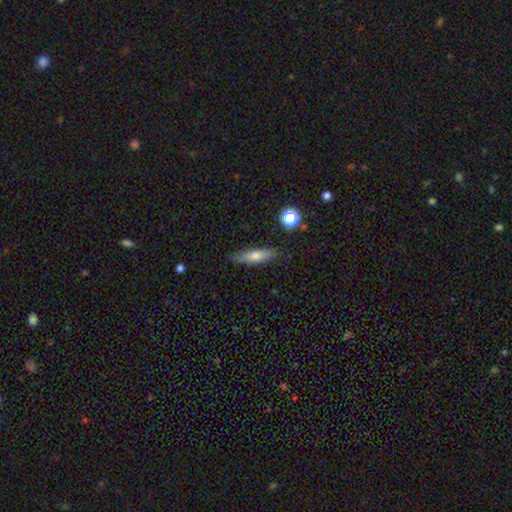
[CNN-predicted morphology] The model was most divided on "how rounded": cigar-shaped: 70%, in between: 27%, round: 3%. More confident: merging — none (85%); smooth or featured — smooth (68%).